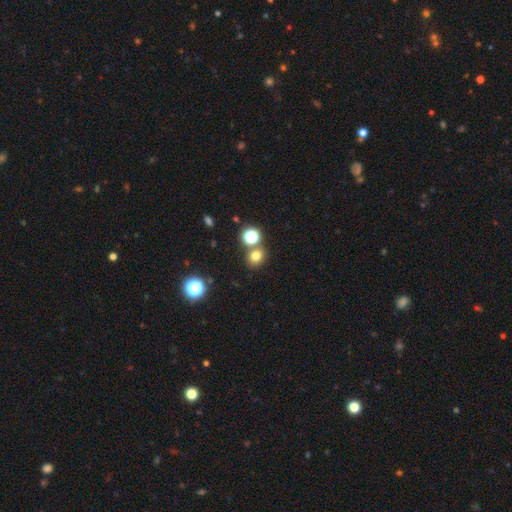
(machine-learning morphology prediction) Smooth or featured: smooth — 74% (star or artifact — 19%)
How rounded: round — 76% (in between — 24%)
Merging: none — 71% (merger — 18%)